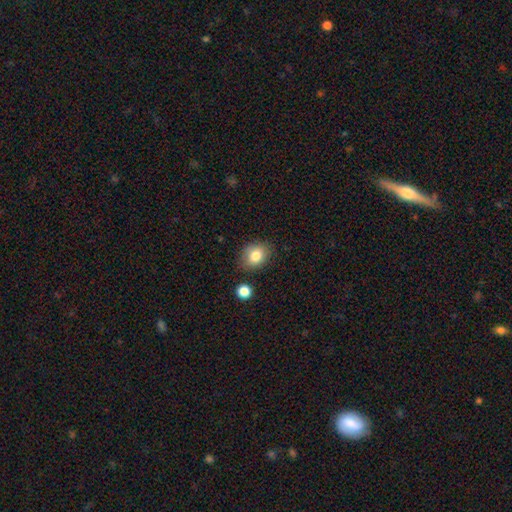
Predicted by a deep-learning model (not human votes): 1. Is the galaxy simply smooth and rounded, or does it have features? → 82% smooth, 9% star or artifact, 9% featured or disk.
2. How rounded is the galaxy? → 59% in between, 40% round, 1% cigar-shaped.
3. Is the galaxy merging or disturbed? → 80% none, 14% minor disturbance, 3% merger, 3% major disturbance.